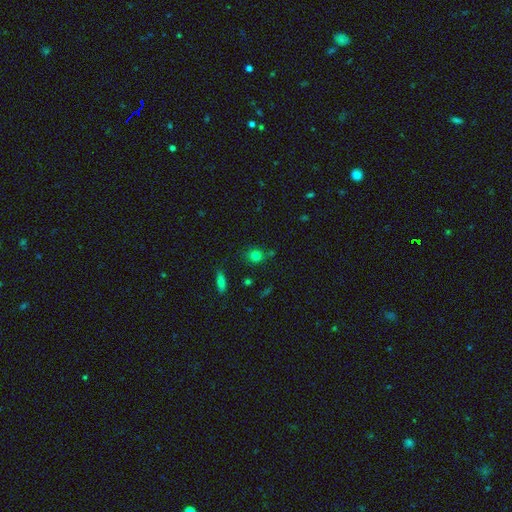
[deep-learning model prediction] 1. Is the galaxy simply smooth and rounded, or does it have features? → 78% smooth, 15% star or artifact, 8% featured or disk.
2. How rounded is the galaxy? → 80% round, 18% in between, 2% cigar-shaped.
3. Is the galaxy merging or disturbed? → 73% none, 15% minor disturbance, 9% merger, 4% major disturbance.